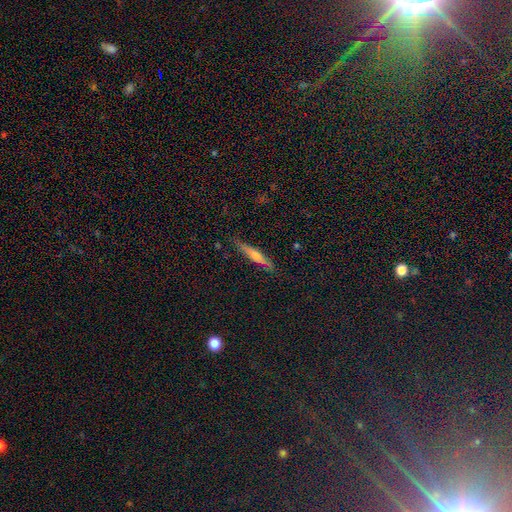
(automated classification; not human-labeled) Overall: featured or disk (54%; smooth 38%). Edge-on disk: yes (95%). Edge-on bulge: rounded (78%). Merging: none (87%).